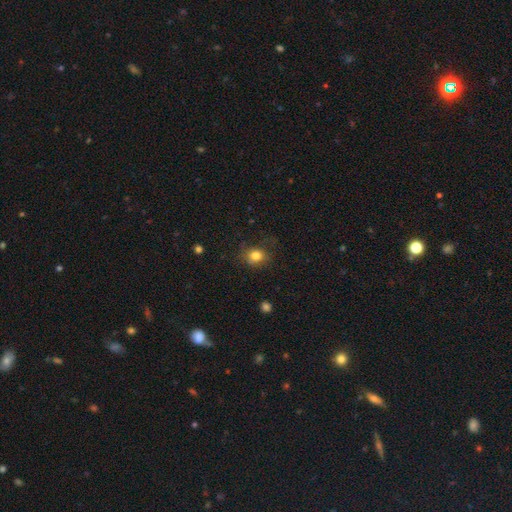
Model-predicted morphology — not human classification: A smooth galaxy with no disk features (81%) that is round (64%). Merging: none (73%).